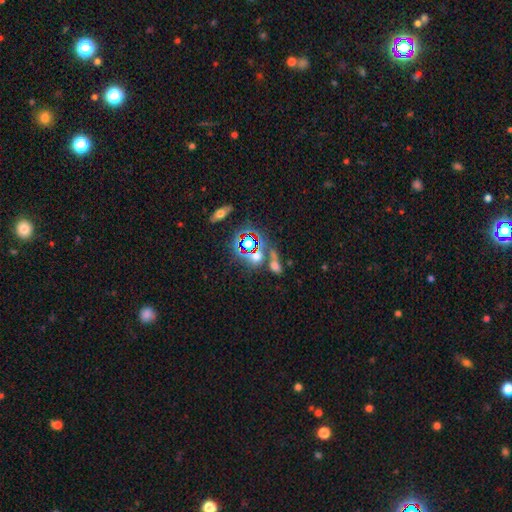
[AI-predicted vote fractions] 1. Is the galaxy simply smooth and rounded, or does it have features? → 46% star or artifact, 42% smooth, 11% featured or disk.